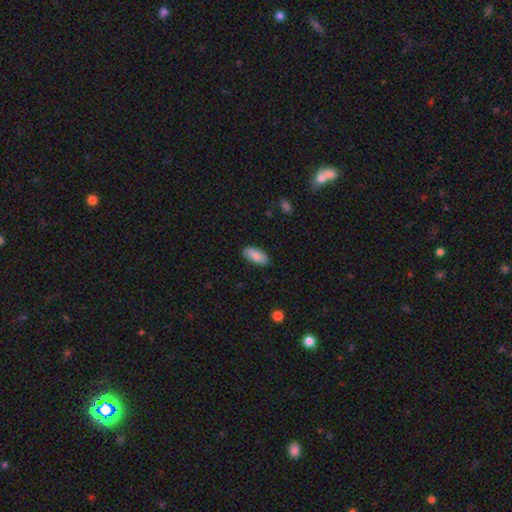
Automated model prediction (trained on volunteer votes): This is clearly a smooth galaxy (88%). How rounded: clearly in between (89%). Merging: clearly none (86%).